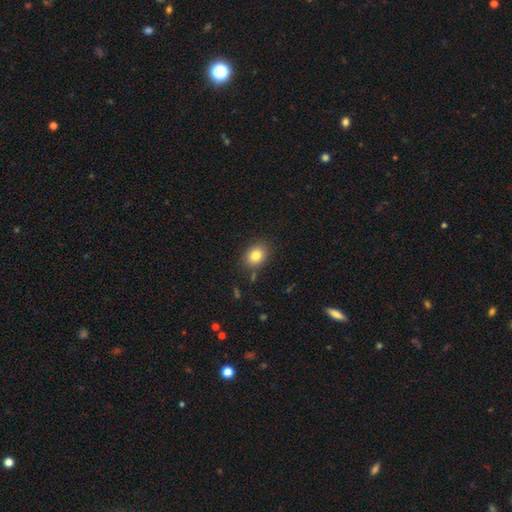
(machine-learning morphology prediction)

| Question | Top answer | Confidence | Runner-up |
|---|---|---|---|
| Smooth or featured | smooth | 83% | star or artifact (10%) |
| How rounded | in between | 56% | round (43%) |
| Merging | none | 84% | minor disturbance (10%) |